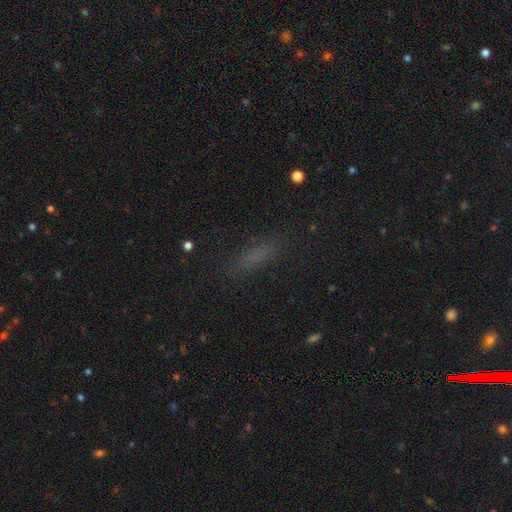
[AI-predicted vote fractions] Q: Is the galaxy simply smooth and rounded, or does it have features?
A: smooth — 67%.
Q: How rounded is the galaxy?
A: cigar-shaped — 71%.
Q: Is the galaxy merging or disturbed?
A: none — 81%.